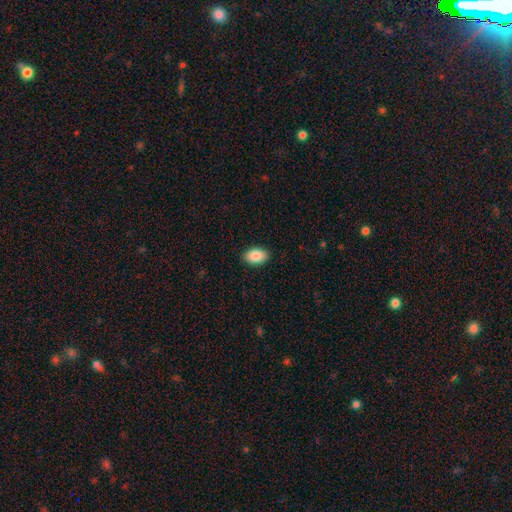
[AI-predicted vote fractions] Smooth or featured? smooth (87%)
How rounded? in between (92%)
Merging? none (90%)